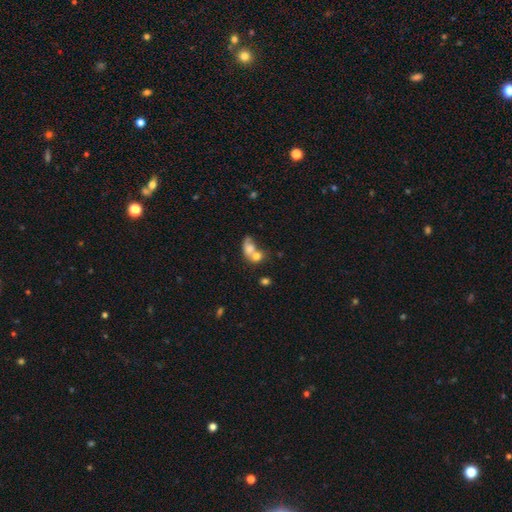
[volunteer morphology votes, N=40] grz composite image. It shows a smooth galaxy with no disk features (57%) that is in between round and cigar-shaped (61%). Merging: merger (75%).